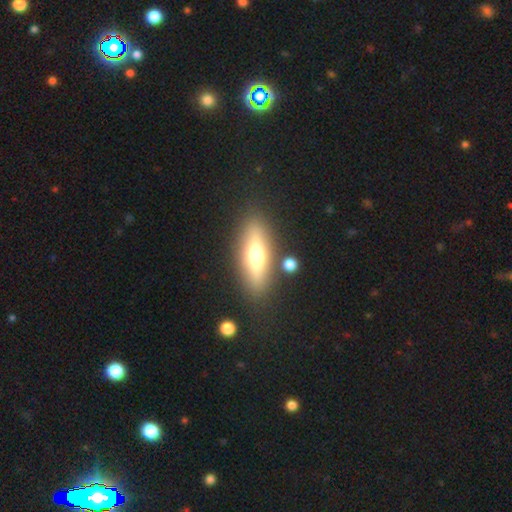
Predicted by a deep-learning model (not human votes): This is possibly a smooth galaxy (46%). Merging: clearly none (83%).